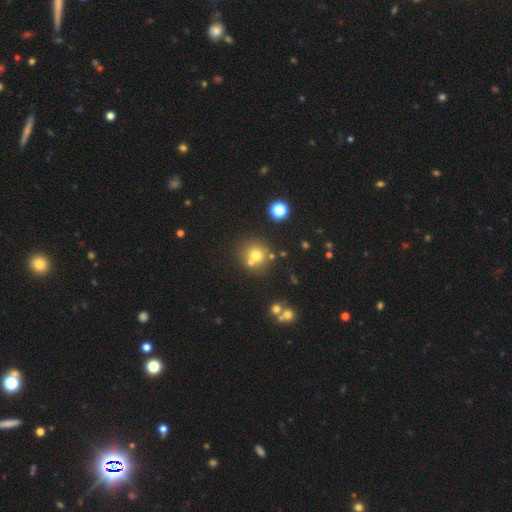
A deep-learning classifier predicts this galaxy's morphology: This appears to be a smooth galaxy with no disk features (68%) that is round (91%). Merging: none (66%).